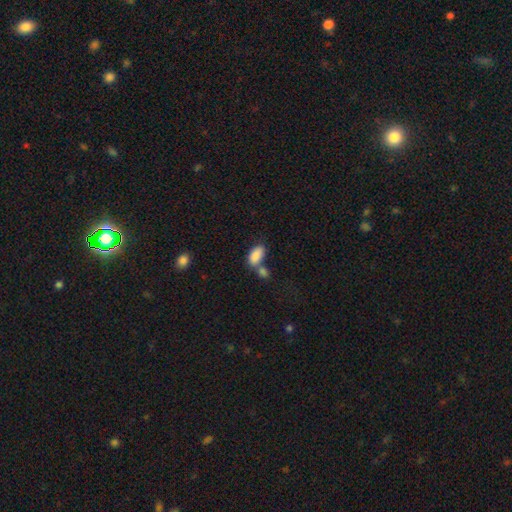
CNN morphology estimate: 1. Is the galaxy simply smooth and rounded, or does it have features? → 86% smooth, 8% star or artifact, 7% featured or disk.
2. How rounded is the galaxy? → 92% in between, 4% cigar-shaped, 4% round.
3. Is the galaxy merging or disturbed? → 43% merger, 39% none, 13% minor disturbance, 6% major disturbance.